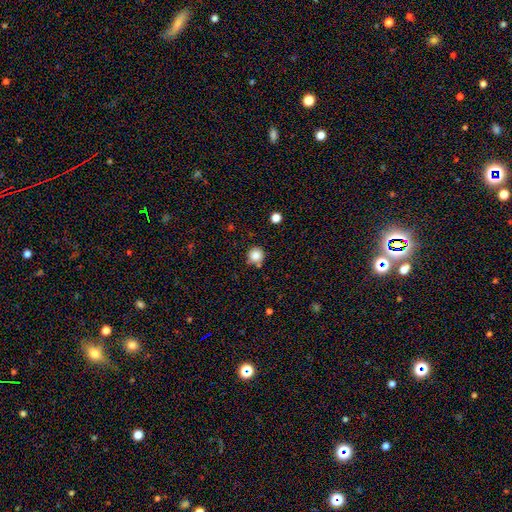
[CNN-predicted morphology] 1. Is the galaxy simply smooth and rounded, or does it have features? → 85% smooth, 11% star or artifact, 5% featured or disk.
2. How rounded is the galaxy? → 94% round, 5% in between, 1% cigar-shaped.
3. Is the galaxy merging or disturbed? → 79% none, 12% minor disturbance, 7% merger, 3% major disturbance.